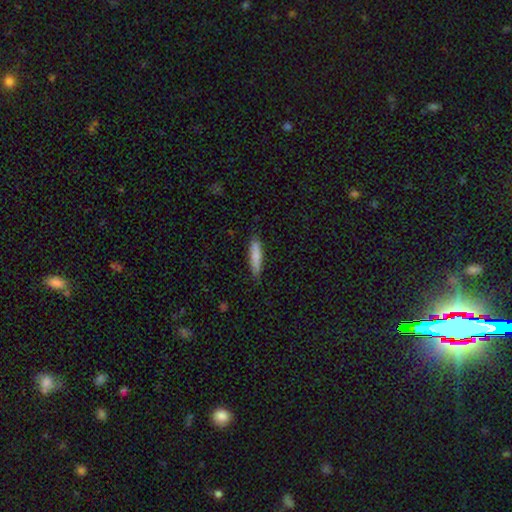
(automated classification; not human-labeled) Smooth or featured? Predicted: smooth (p=0.82). How rounded? Predicted: cigar-shaped (p=0.79). Merging? Predicted: none (p=0.84).